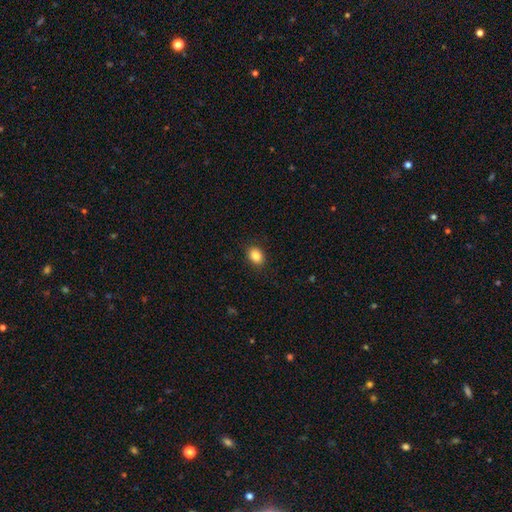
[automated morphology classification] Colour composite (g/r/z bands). It shows a smooth galaxy with no disk features (86%) that is in between round and cigar-shaped (63%). Merging: none (89%).